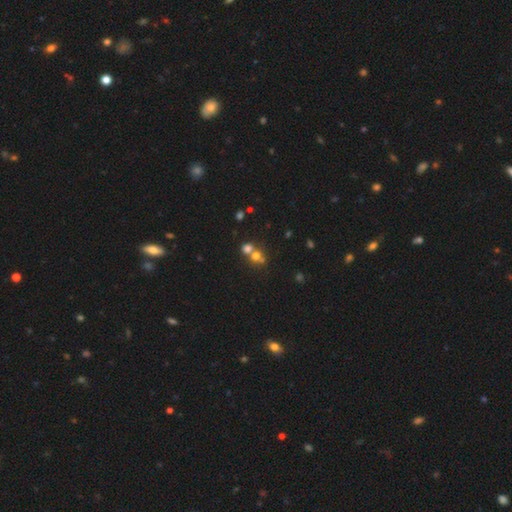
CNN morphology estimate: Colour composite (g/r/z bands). It shows a smooth galaxy with no disk features (67%) that is round (74%). Merging: merger (56%).